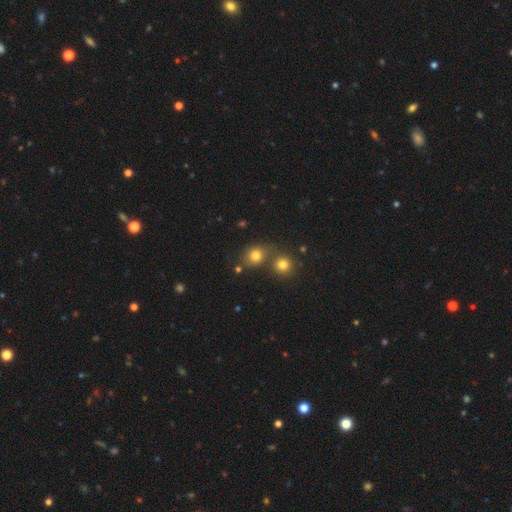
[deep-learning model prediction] smooth_or_featured: smooth (p=0.76) [alt: star or artifact p=0.16]
how_rounded: round (p=0.76) [alt: in between p=0.23]
merging: none (p=0.56) [alt: merger p=0.32]